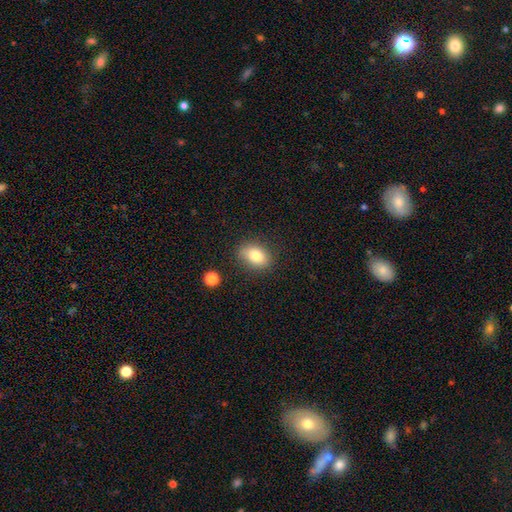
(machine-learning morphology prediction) smooth_or_featured: smooth (p=0.81) [alt: featured or disk p=0.10]
how_rounded: in between (p=0.80) [alt: round p=0.19]
merging: none (p=0.82) [alt: minor disturbance p=0.12]